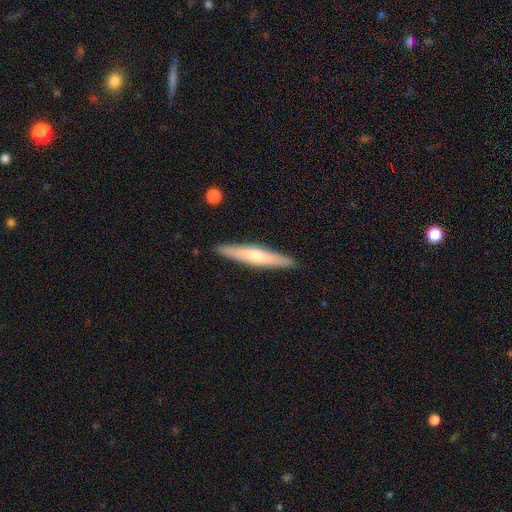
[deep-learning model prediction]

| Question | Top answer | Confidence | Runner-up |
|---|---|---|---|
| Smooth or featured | smooth | 51% | featured or disk (44%) |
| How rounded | cigar-shaped | 91% | in between (8%) |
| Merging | none | 90% | minor disturbance (7%) |